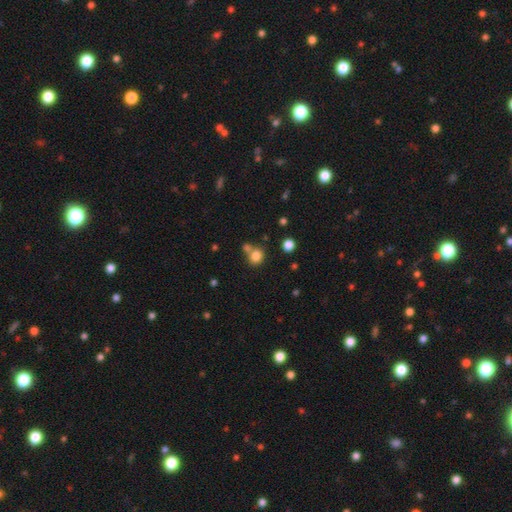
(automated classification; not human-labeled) smooth 81%, star or artifact 13%, featured or disk 7%. Down the decision tree: how rounded — round (80%); merging — none (57%).